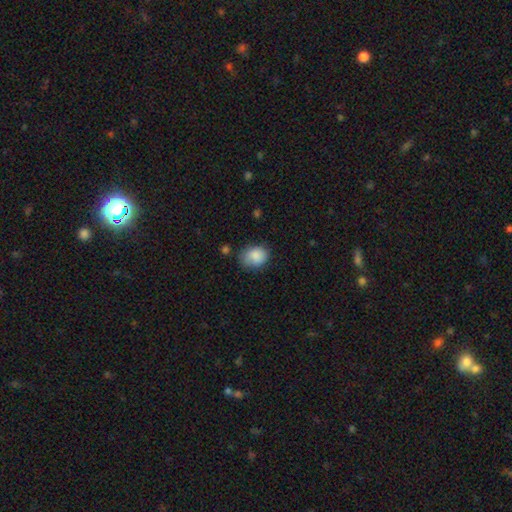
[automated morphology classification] Smooth or featured? smooth (86%)
How rounded? in between (54%)
Merging? none (62%)